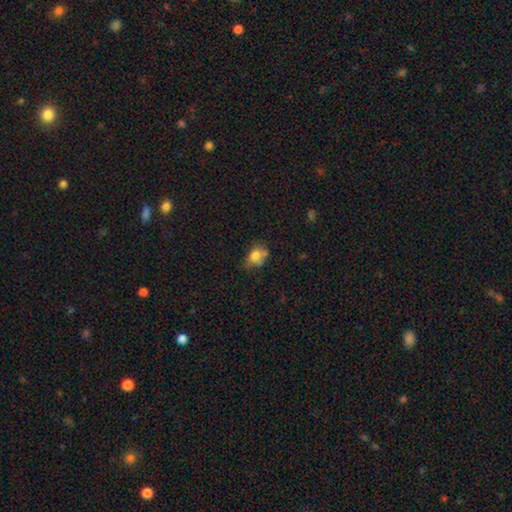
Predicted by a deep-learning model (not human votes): The model was most divided on "merging": none: 41%, merger: 27%, minor disturbance: 22%, major disturbance: 10%. More confident: smooth or featured — smooth (70%); how rounded — in between (64%).